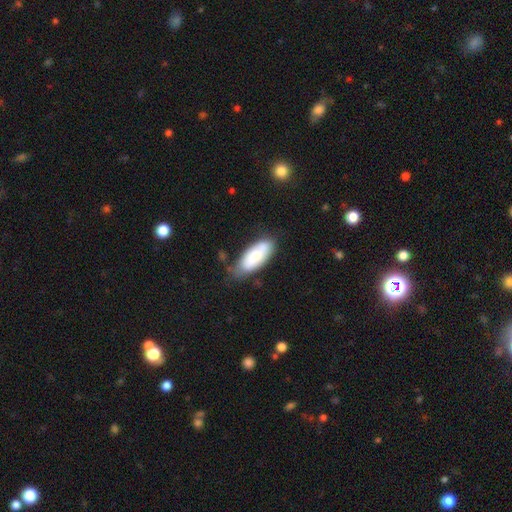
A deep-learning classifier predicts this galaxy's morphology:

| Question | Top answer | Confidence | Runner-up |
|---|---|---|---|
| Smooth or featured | smooth | 71% | featured or disk (23%) |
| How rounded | in between | 82% | cigar-shaped (16%) |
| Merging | none | 64% | minor disturbance (25%) |